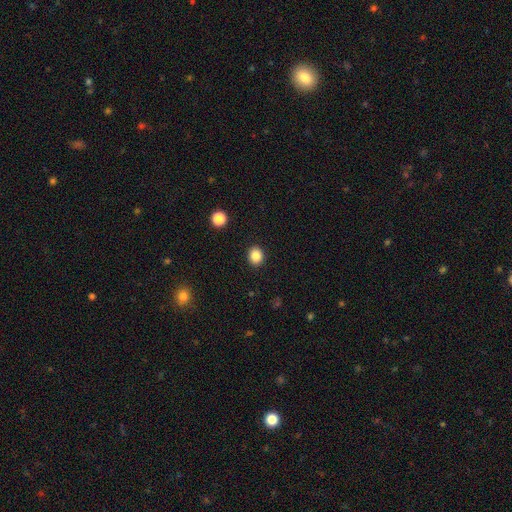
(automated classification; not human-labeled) This appears to be a smooth galaxy with no disk features (85%) that is round (76%). Merging: none (91%).